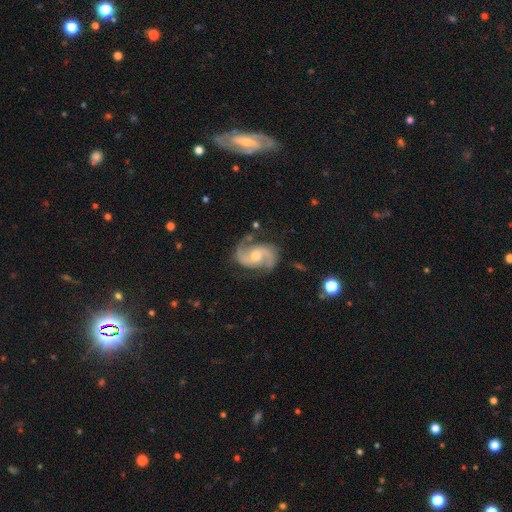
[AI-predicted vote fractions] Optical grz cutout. It shows a featured or disk galaxy (91%) with no bar (52%), 2 (93%) medium (58%) spiral arms (98%) and a moderate central bulge (60%). Merging: none (77%).